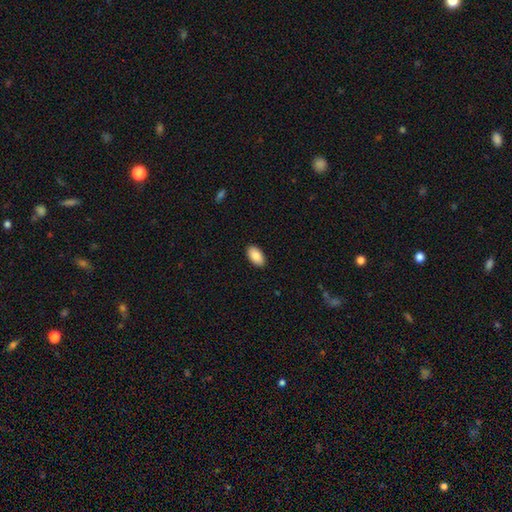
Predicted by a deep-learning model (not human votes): Smooth or featured: smooth — 88% (star or artifact — 6%)
How rounded: in between — 95% (round — 3%)
Merging: none — 90% (minor disturbance — 7%)